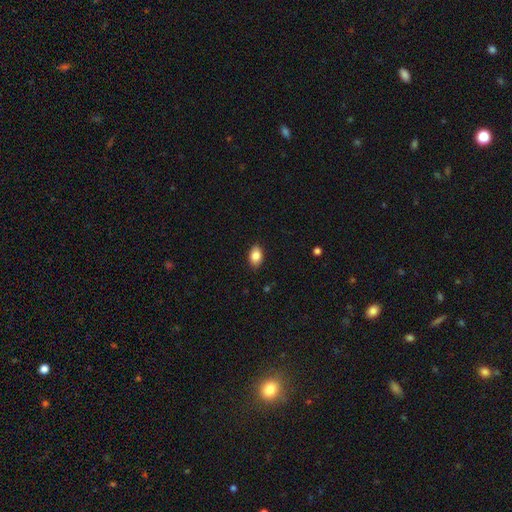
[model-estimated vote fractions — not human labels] A smooth galaxy with no disk features (86%) that is in between round and cigar-shaped (87%).

Vote fractions:
- Smooth or featured? smooth: 86% / star or artifact: 8% / featured or disk: 6%
- How rounded? in between: 87% / round: 12% / cigar-shaped: 1%
- Merging? none: 88% / minor disturbance: 9% / major disturbance: 2% / merger: 1%